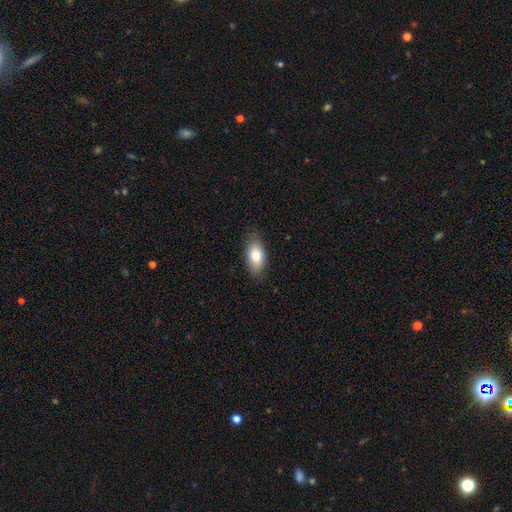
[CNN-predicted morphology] This appears to be a smooth galaxy with no disk features (77%) that is in between round and cigar-shaped (89%). Merging: none (83%).